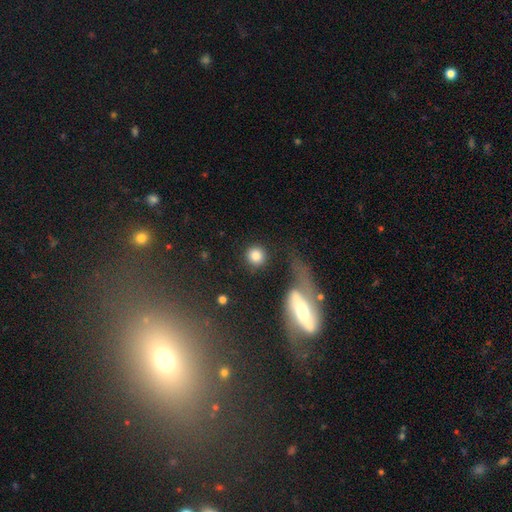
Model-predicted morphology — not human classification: Smooth or featured? Predicted: smooth (p=0.83). How rounded? Predicted: round (p=0.93). Merging? Predicted: none (p=0.79).